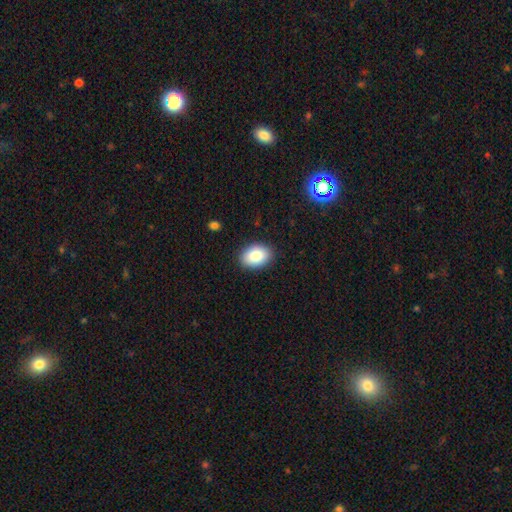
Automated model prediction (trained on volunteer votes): smooth 86%, featured or disk 7%, star or artifact 7%. Down the decision tree: how rounded — in between (84%); merging — none (88%).